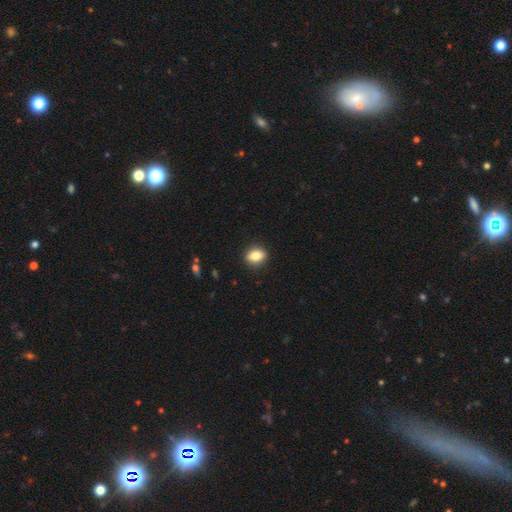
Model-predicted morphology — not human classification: The model was most divided on "how rounded": in between: 62%, round: 35%, cigar-shaped: 3%. More confident: merging — none (89%); smooth or featured — smooth (79%).